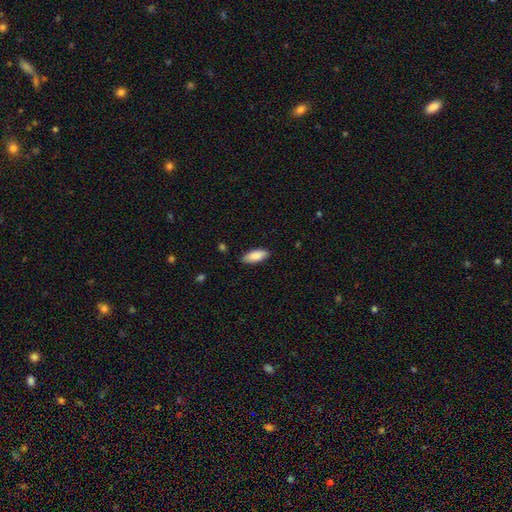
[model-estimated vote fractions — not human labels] smooth-or-featured: smooth: 88% | featured or disk: 6% | star or artifact: 6%
  how-rounded: in between: 80% | cigar-shaped: 18% | round: 2%
  merging: none: 85% | minor disturbance: 11% | major disturbance: 2% | merger: 1%